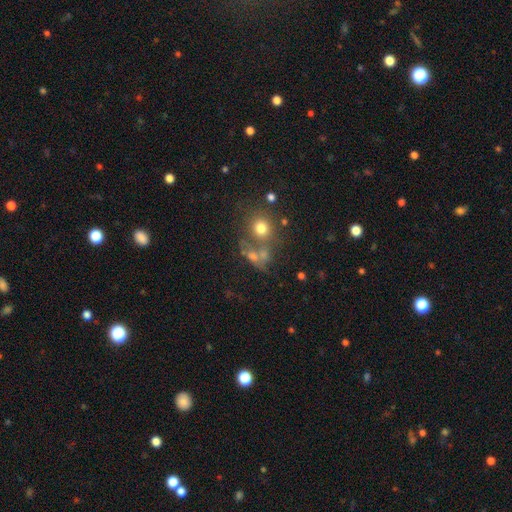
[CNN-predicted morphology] Smooth or featured? Predicted: smooth (p=0.59). How rounded? Predicted: round (p=0.57). Merging? Predicted: merger (p=0.39).